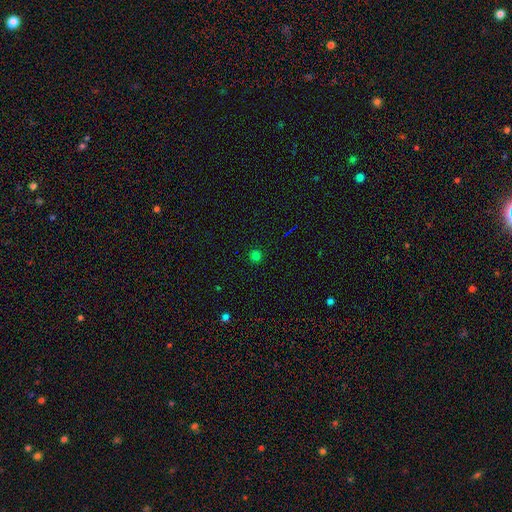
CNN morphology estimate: smooth 75%, star or artifact 21%, featured or disk 4%. Down the decision tree: how rounded — round (95%); merging — none (92%).